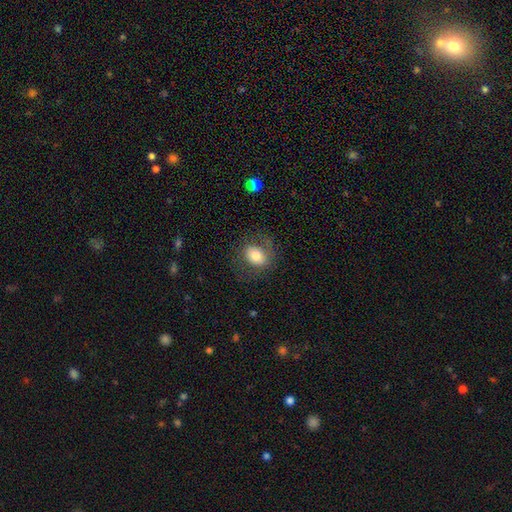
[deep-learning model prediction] smooth-or-featured: smooth: 72% | featured or disk: 19% | star or artifact: 8%
  how-rounded: in between: 58% | round: 41% | cigar-shaped: 1%
  merging: none: 70% | minor disturbance: 17% | major disturbance: 11% | merger: 2%